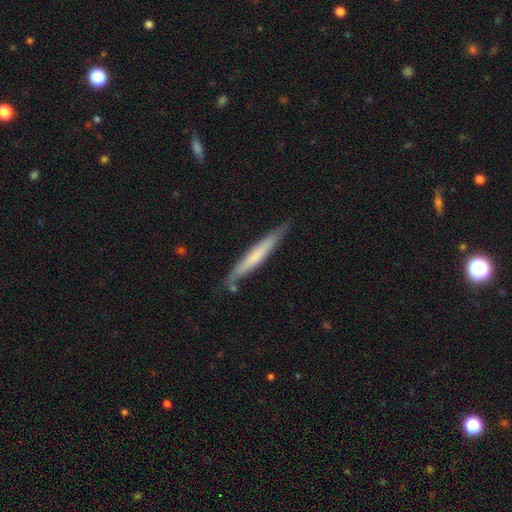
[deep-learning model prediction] This is possibly a smooth galaxy (54%). How rounded: clearly cigar-shaped (95%). Merging: clearly none (80%).